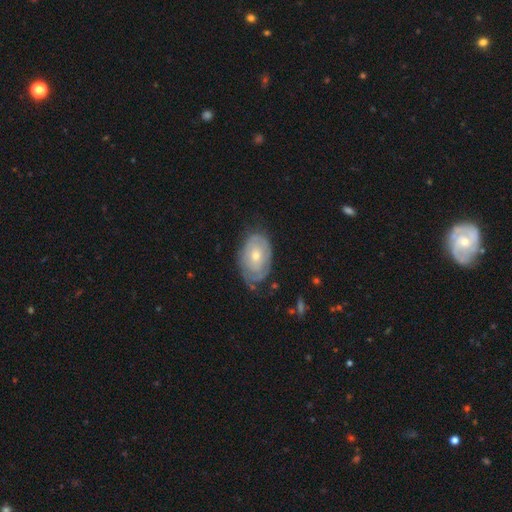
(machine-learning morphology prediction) type=featured or disk (65%); edge-on=no (94%); bar=no (78%); spiral arms=yes (70%); bulge=moderate (52%); merging=none (64%).